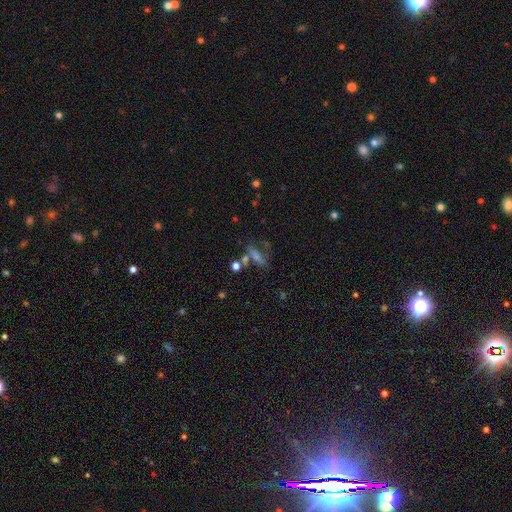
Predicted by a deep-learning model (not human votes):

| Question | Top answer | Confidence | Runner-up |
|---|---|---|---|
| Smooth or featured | smooth | 42% | featured or disk (30%) |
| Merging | none | 57% | minor disturbance (17%) |